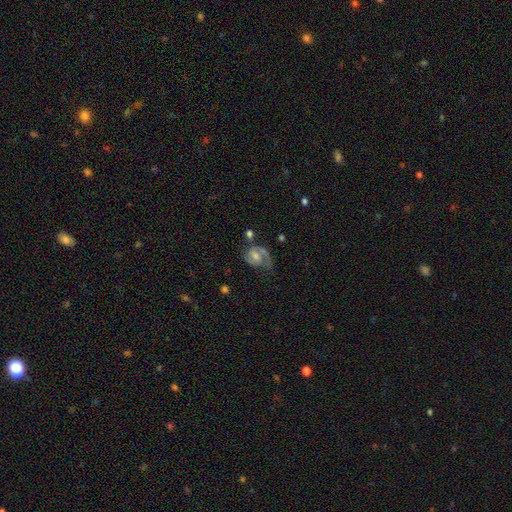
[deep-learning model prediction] featured or disk 71%, smooth 19%, star or artifact 10%. Down the decision tree: edge-on disk — no (97%); bar — no (57%); spiral arms — yes (88%); spiral arm count — 2 (57%); spiral winding — medium (46%); bulge size — moderate (53%); merging — none (48%).